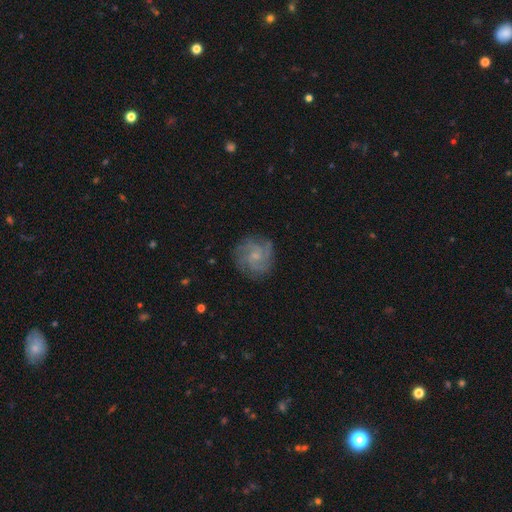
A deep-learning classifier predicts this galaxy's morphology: Overall: featured or disk (73%). Edge-on disk: no (98%). Bar: no (69%). Spiral arms: yes (93%). Spiral arm count: 3 (29%; can't tell 27%). Spiral winding: tight (50%; medium 39%). Bulge size: small (59%; moderate 29%). Merging: none (80%).